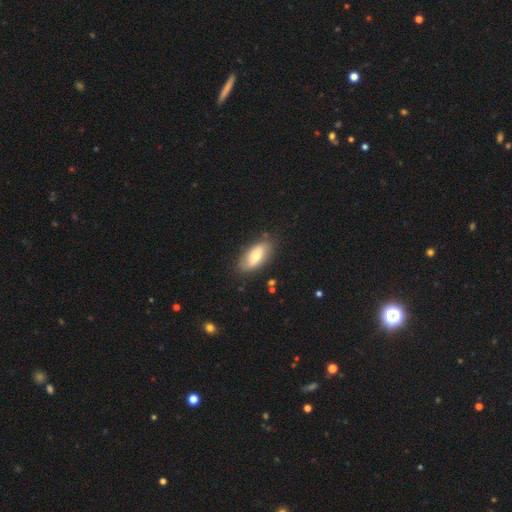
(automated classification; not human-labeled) smooth-or-featured: smooth: 62% | featured or disk: 32% | star or artifact: 6%
  how-rounded: in between: 88% | cigar-shaped: 10% | round: 3%
  merging: none: 83% | minor disturbance: 13% | major disturbance: 3% | merger: 2%